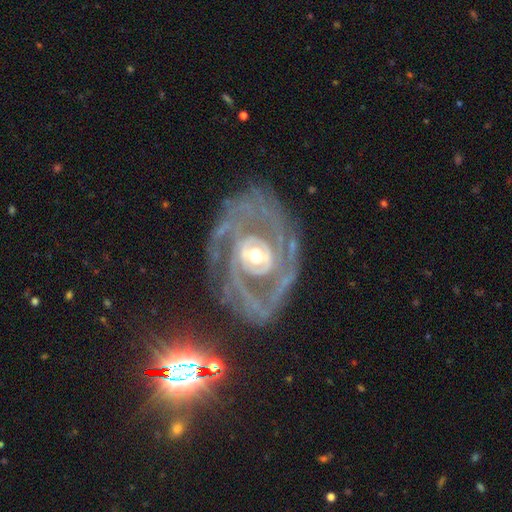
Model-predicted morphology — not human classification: featured or disk 90%, smooth 5%, star or artifact 4%. Down the decision tree: edge-on disk — no (96%); bar — no (45%); spiral arms — yes (92%); spiral arm count — 2 (44%); spiral winding — tight (56%); bulge size — moderate (67%); merging — none (64%).